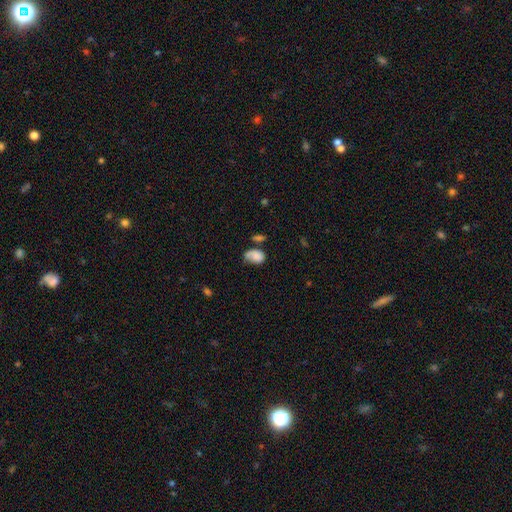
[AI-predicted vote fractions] Smooth or featured? Predicted: smooth (p=0.73). How rounded? Predicted: in between (p=0.77). Merging? Predicted: none (p=0.36).